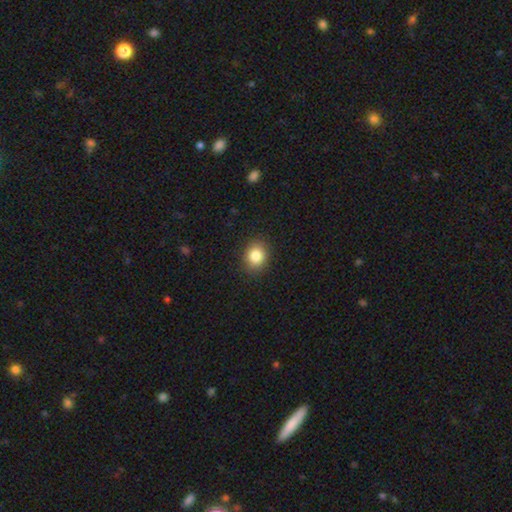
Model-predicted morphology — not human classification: smooth-or-featured: smooth: 85% | star or artifact: 9% | featured or disk: 6%
  how-rounded: round: 63% | in between: 36% | cigar-shaped: 1%
  merging: none: 88% | minor disturbance: 8% | major disturbance: 2% | merger: 1%